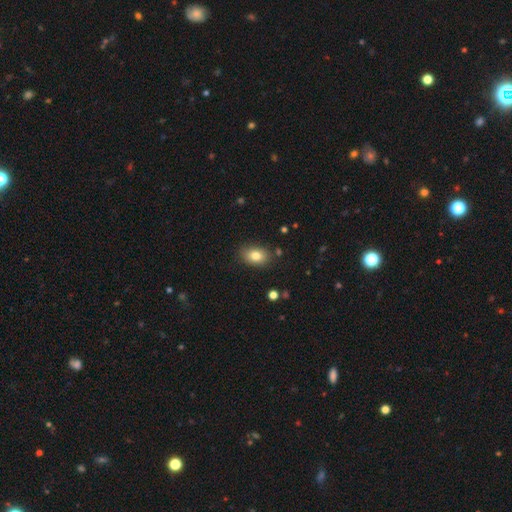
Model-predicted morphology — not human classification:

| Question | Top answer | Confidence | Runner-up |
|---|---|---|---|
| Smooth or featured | smooth | 81% | featured or disk (10%) |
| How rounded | in between | 82% | round (17%) |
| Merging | none | 84% | minor disturbance (11%) |